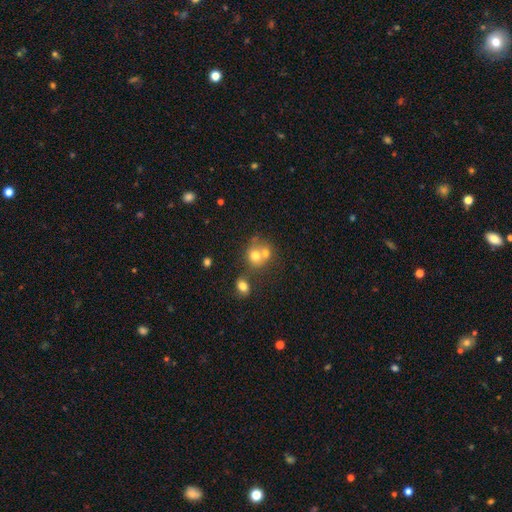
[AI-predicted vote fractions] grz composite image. It shows a smooth galaxy with no disk features (70%) that is round (76%). Merging: merger (54%).